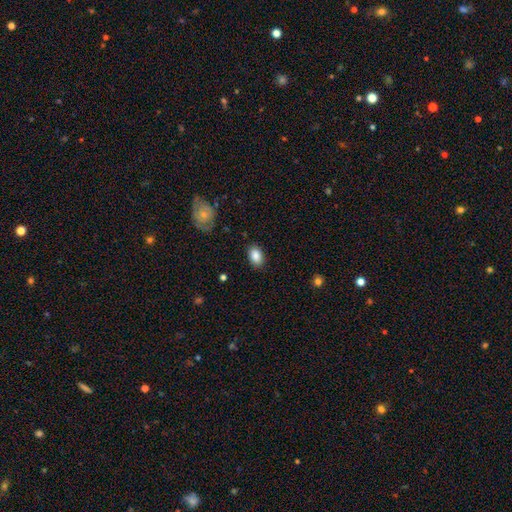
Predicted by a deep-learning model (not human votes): Q: Smooth or featured?
A: smooth (87%); runner-up: star or artifact (7%)
Q: How rounded?
A: in between (87%); runner-up: round (12%)
Q: Merging?
A: none (86%); runner-up: minor disturbance (11%)